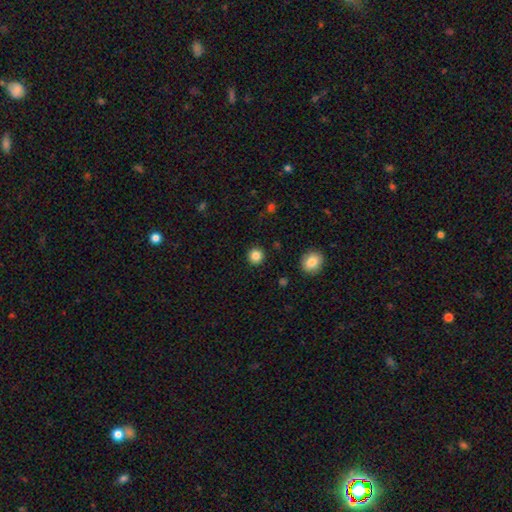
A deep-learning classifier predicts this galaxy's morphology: smooth-or-featured: smooth: 85% | star or artifact: 11% | featured or disk: 4%
  how-rounded: round: 93% | in between: 6% | cigar-shaped: 1%
  merging: none: 92% | minor disturbance: 5% | major disturbance: 2% | merger: 1%